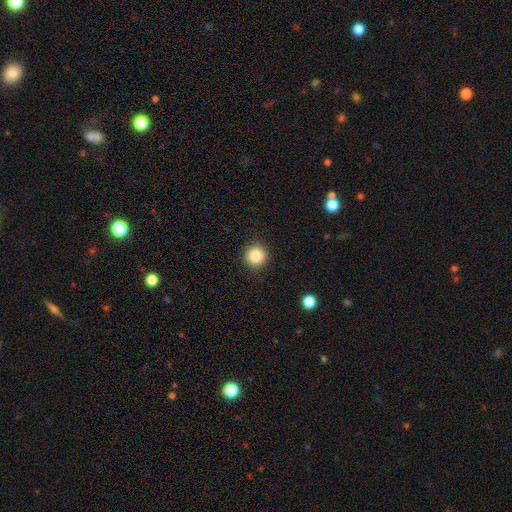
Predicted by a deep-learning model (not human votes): smooth 84%, star or artifact 10%, featured or disk 5%. Down the decision tree: how rounded — round (95%); merging — none (91%).